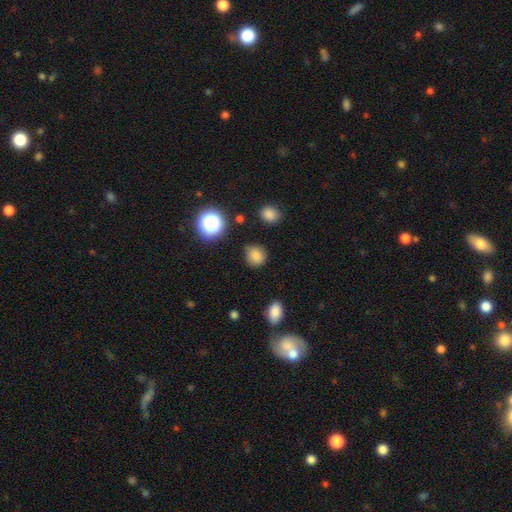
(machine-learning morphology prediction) Smooth or featured: smooth — 82% (star or artifact — 13%)
How rounded: round — 81% (in between — 18%)
Merging: none — 78% (minor disturbance — 16%)